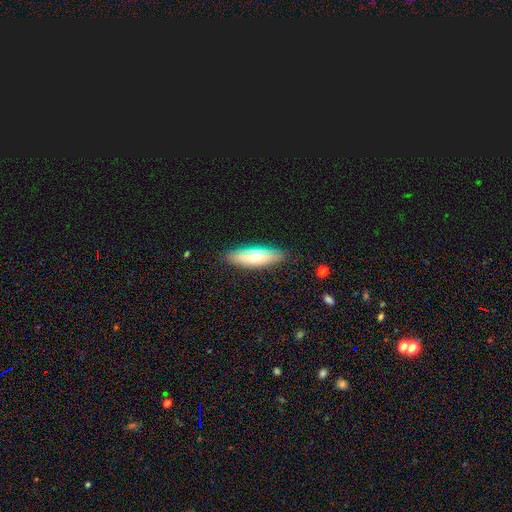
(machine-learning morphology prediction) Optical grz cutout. It shows a smooth galaxy with no disk features (47%). Merging: none (85%).